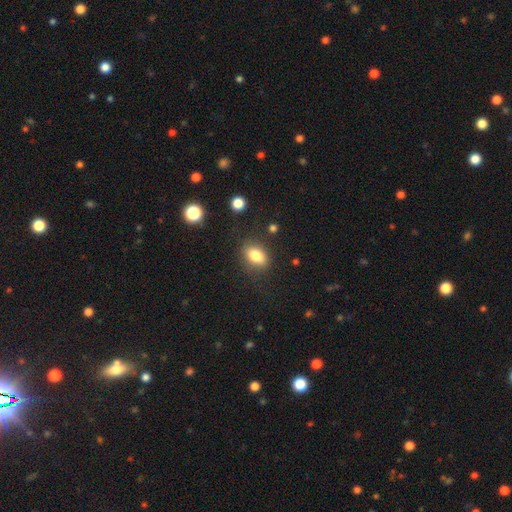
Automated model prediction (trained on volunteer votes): Morphology: type=smooth (81%); roundness=in between (79%); merging=none (82%).